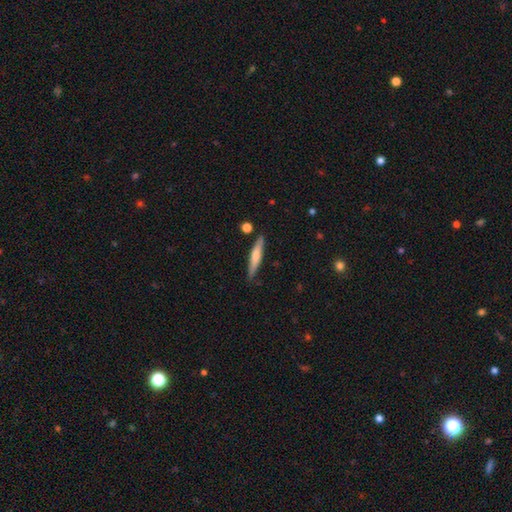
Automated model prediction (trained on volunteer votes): Smooth or featured: smooth — 59% (featured or disk — 35%)
How rounded: cigar-shaped — 91% (in between — 8%)
Merging: none — 85% (minor disturbance — 11%)